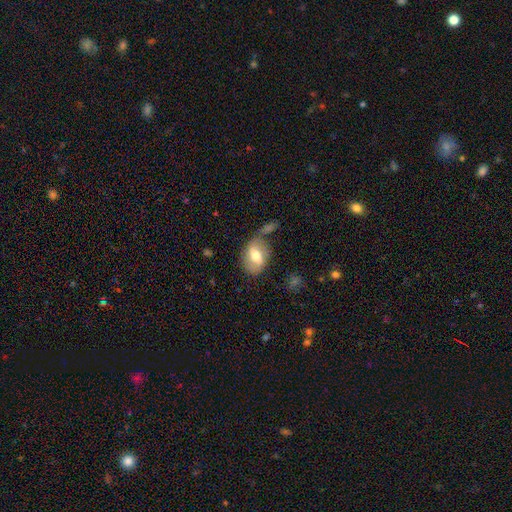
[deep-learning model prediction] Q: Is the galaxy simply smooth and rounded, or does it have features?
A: smooth — 59%.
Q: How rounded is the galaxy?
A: in between — 79%.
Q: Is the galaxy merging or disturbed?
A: none — 59%.